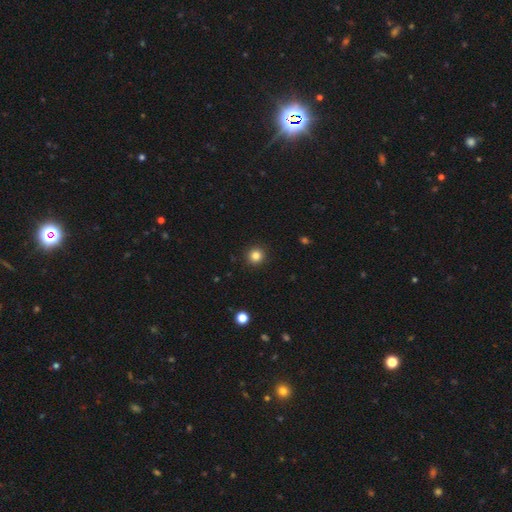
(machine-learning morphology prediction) Smooth or featured? smooth (84%)
How rounded? round (93%)
Merging? none (92%)